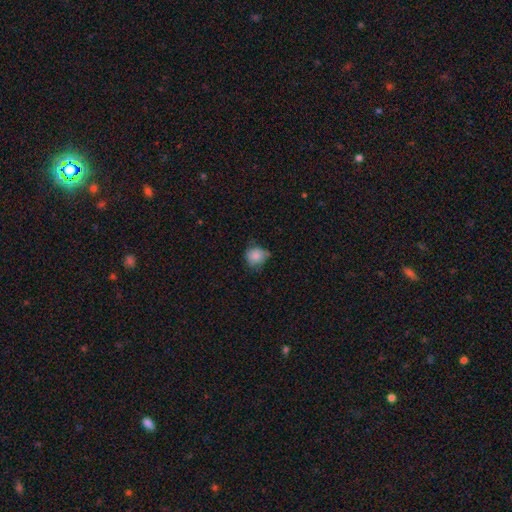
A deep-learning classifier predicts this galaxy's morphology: The model was most divided on "merging": none: 61%, minor disturbance: 30%, major disturbance: 7%, merger: 2%. More confident: how rounded — round (84%); smooth or featured — smooth (82%).